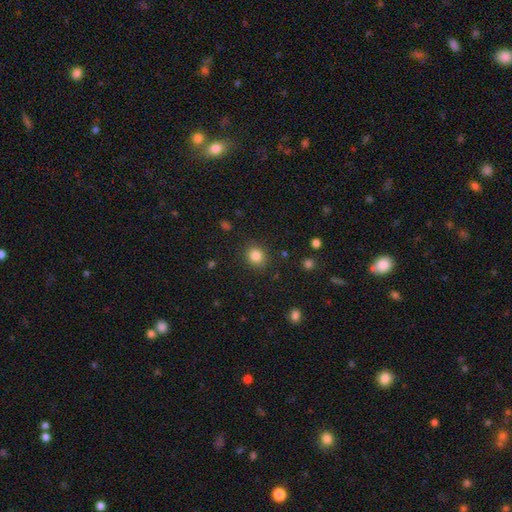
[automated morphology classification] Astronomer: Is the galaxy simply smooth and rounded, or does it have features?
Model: smooth — 84%.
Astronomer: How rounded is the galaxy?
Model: round — 83%.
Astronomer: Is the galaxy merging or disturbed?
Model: none — 88%.